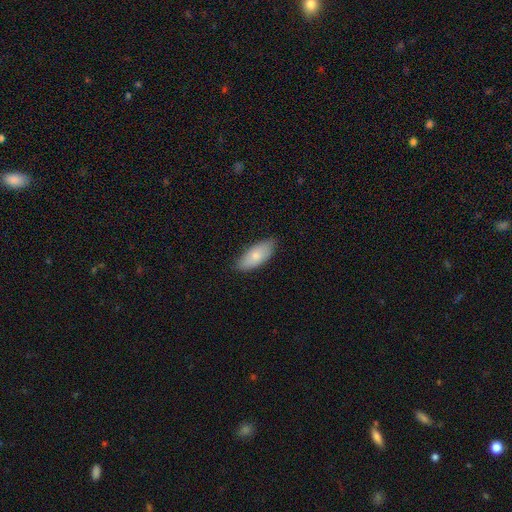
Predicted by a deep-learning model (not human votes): smooth-or-featured: smooth: 80% | featured or disk: 14% | star or artifact: 6%
  how-rounded: in between: 84% | cigar-shaped: 14% | round: 2%
  merging: none: 84% | minor disturbance: 13% | major disturbance: 2% | merger: 1%